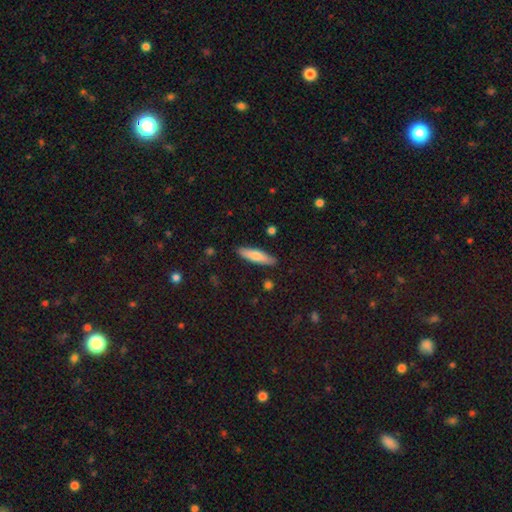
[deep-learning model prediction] smooth-or-featured: smooth: 73% | featured or disk: 21% | star or artifact: 6%
  how-rounded: cigar-shaped: 72% | in between: 27% | round: 2%
  merging: none: 89% | minor disturbance: 8% | major disturbance: 2% | merger: 1%